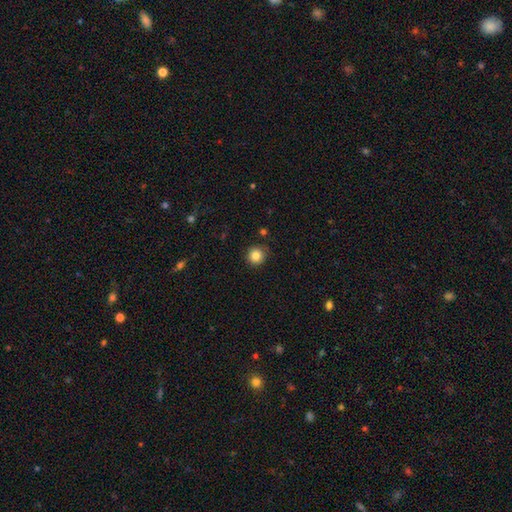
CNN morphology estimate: The model was most divided on "smooth or featured": smooth: 83%, star or artifact: 11%, featured or disk: 6%. More confident: how rounded — round (94%); merging — none (88%).